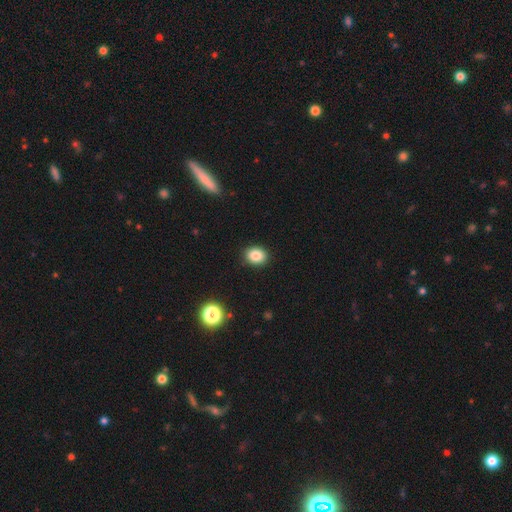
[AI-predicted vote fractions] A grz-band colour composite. It shows a smooth galaxy with no disk features (84%) that is round (58%). Merging: none (90%).